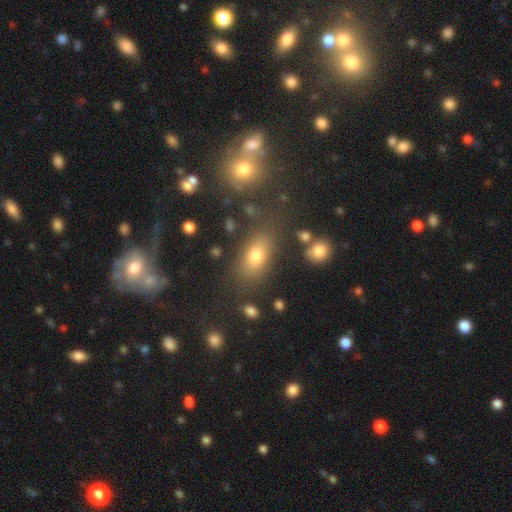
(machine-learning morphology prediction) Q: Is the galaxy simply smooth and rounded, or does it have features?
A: smooth — 71%.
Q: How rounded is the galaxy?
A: in between — 81%.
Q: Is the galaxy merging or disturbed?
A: none — 75%.